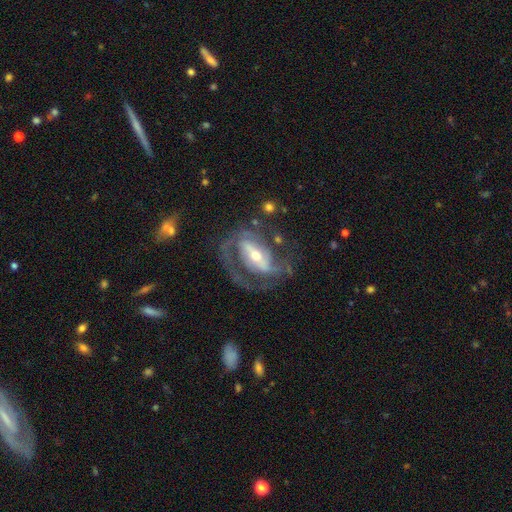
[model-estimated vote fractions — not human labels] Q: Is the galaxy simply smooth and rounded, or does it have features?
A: featured or disk — 87%.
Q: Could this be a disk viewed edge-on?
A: no — 95%.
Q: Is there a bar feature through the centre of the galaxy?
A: strong — 59%.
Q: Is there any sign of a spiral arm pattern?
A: yes — 92%.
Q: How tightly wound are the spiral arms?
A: medium — 49%.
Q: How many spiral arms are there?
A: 2 — 66%.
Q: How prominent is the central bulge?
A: moderate — 49%.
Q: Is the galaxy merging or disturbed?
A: none — 56%.